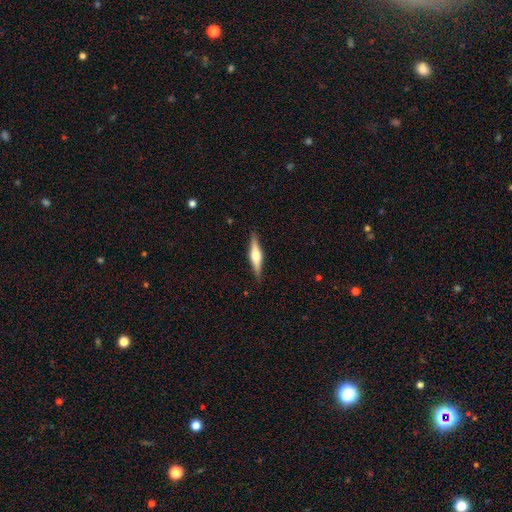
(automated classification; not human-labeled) smooth_or_featured: featured or disk (p=0.64) [alt: smooth p=0.30]
disk_edge_on: yes (p=0.97) [alt: no p=0.03]
edge_on_bulge: rounded (p=0.89) [alt: boxy p=0.08]
merging: none (p=0.89) [alt: minor disturbance p=0.08]